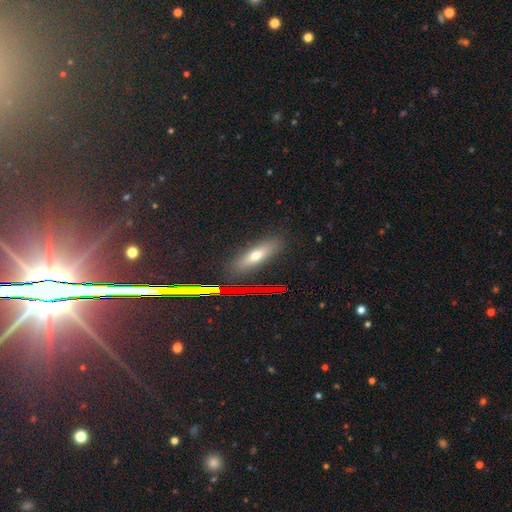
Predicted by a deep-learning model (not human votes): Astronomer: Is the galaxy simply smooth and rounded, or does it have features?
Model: smooth — 57%.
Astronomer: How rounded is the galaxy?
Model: cigar-shaped — 51% (runner-up: in between, 43%).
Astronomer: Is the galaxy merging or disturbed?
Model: none — 86%.